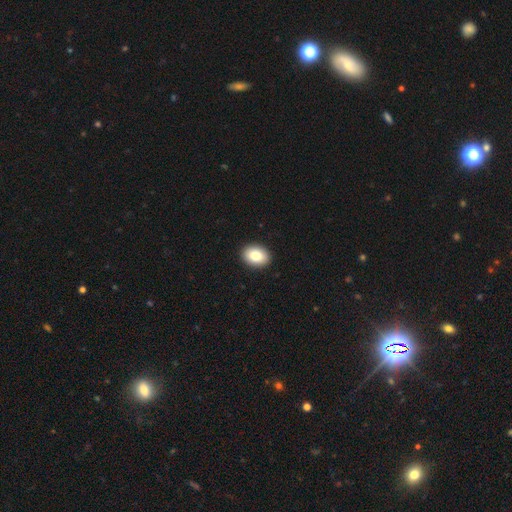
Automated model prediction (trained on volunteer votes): Smooth or featured? smooth (84%)
How rounded? in between (77%)
Merging? none (92%)